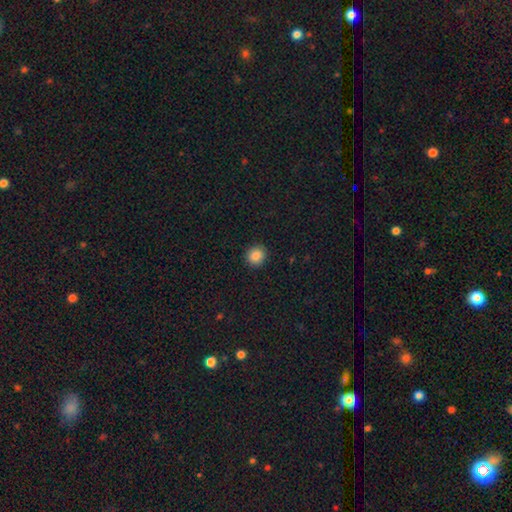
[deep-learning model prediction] smooth 86%, star or artifact 10%, featured or disk 4%. Down the decision tree: how rounded — round (90%); merging — none (92%).